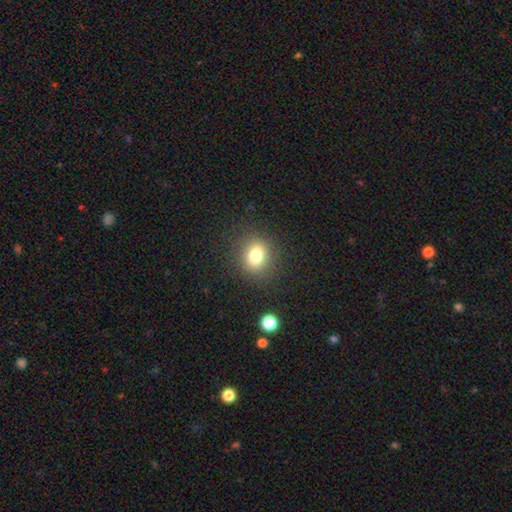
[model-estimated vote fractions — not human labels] This is likely a smooth galaxy (78%). How rounded: likely round (68%). Merging: clearly none (87%).